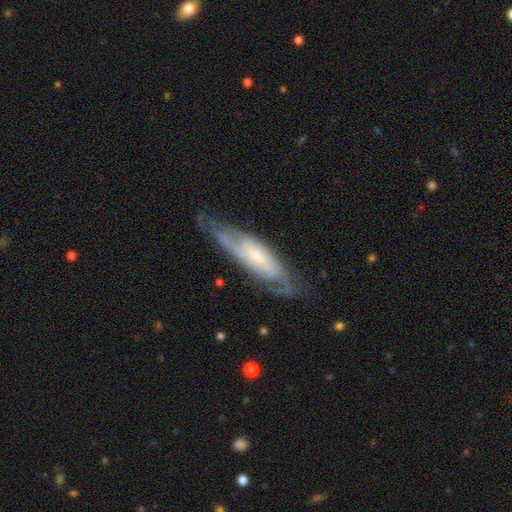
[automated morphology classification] Smooth or featured?
  - featured or disk: 79% *
  - smooth: 15%
  - star or artifact: 6%
Edge-on disk?
  - no: 77% *
  - yes: 23%
Bar?
  - no: 59% *
  - weak: 30%
  - strong: 10%
Spiral arms?
  - yes: 92% *
  - no: 8%
Spiral winding?
  - tight: 50% *
  - medium: 37%
  - loose: 13%
Spiral arm count?
  - can't tell: 39% *
  - 2: 38%
  - 3: 11%
  - 4: 5%
  - 1: 4%
  - more than 4: 3%
Bulge size?
  - small: 71% *
  - moderate: 23%
  - none: 3%
  - large: 2%
  - dominant: 1%
Merging?
  - none: 67% *
  - minor disturbance: 22%
  - major disturbance: 10%
  - merger: 2%